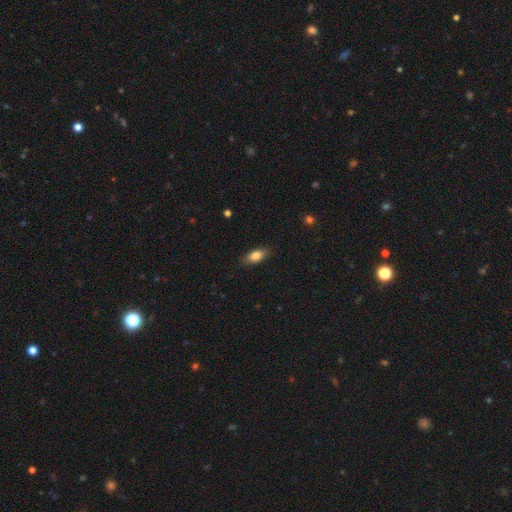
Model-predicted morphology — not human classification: A smooth galaxy with no disk features (81%) that is in between round and cigar-shaped (85%).

Vote fractions:
- Smooth or featured? smooth: 81% / featured or disk: 12% / star or artifact: 7%
- How rounded? in between: 85% / cigar-shaped: 10% / round: 5%
- Merging? none: 84% / minor disturbance: 13% / major disturbance: 3% / merger: 1%